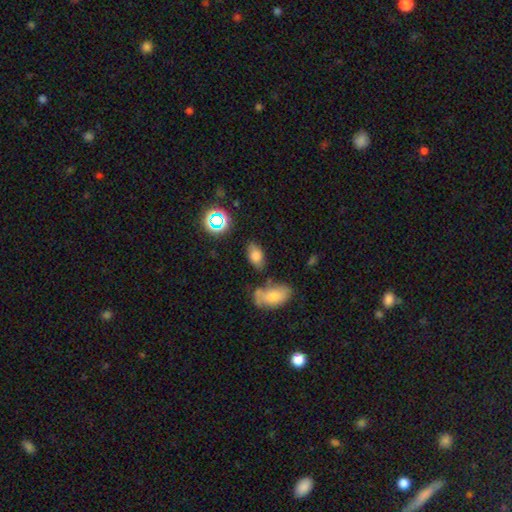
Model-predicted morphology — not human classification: Smooth or featured?
  - smooth: 74% *
  - star or artifact: 15%
  - featured or disk: 12%
How rounded?
  - in between: 90% *
  - round: 7%
  - cigar-shaped: 3%
Merging?
  - none: 69% *
  - minor disturbance: 18%
  - merger: 7%
  - major disturbance: 5%